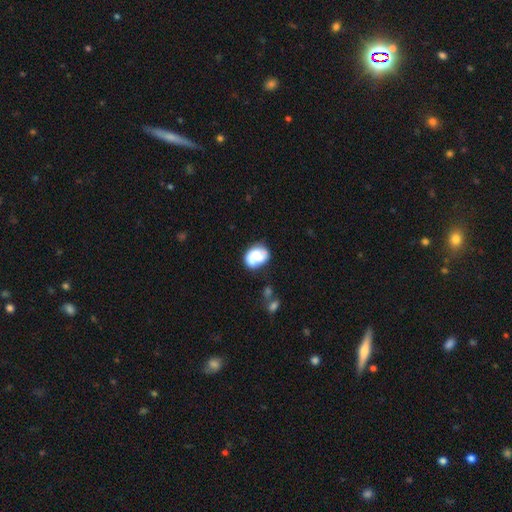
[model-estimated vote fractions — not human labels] A smooth galaxy with no disk features (53%) that is in between round and cigar-shaped (57%).

Vote fractions:
- Smooth or featured? smooth: 53% / featured or disk: 39% / star or artifact: 8%
- How rounded? in between: 57% / round: 42% / cigar-shaped: 1%
- Merging? none: 52% / minor disturbance: 26% / merger: 12% / major disturbance: 10%